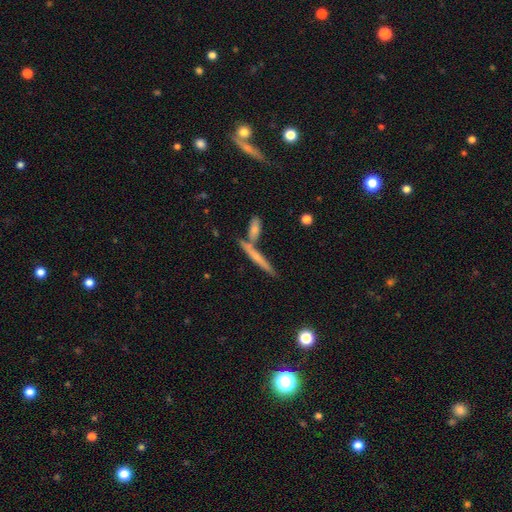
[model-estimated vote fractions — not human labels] A smooth galaxy with no disk features (48%).

Vote fractions:
- Smooth or featured? smooth: 48% / featured or disk: 44% / star or artifact: 8%
- Merging? none: 66% / merger: 22% / minor disturbance: 10% / major disturbance: 3%